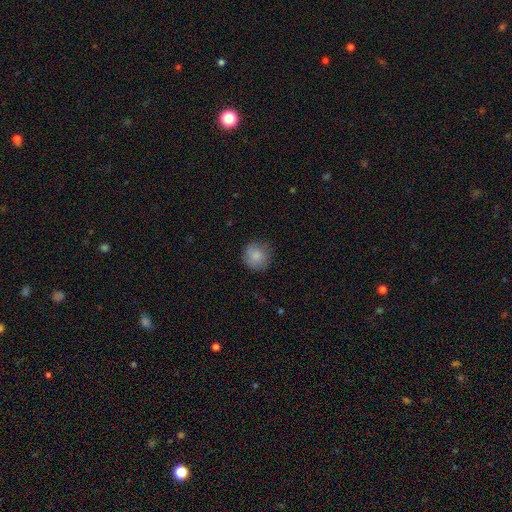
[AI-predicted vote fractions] A smooth galaxy with no disk features (83%) that is round (93%).

Vote fractions:
- Smooth or featured? smooth: 83% / featured or disk: 9% / star or artifact: 8%
- How rounded? round: 93% / in between: 6% / cigar-shaped: 1%
- Merging? none: 82% / minor disturbance: 14% / major disturbance: 3% / merger: 1%